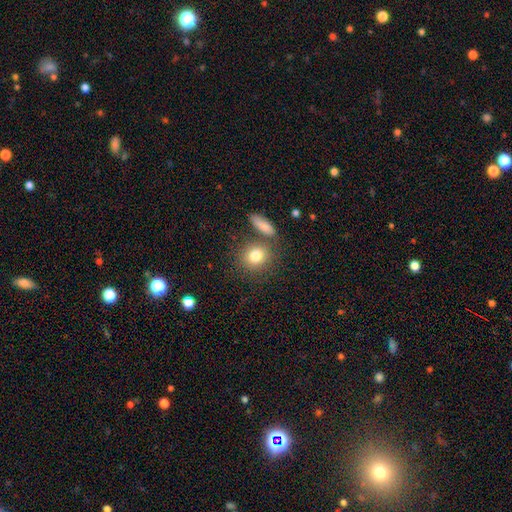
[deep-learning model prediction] Smooth or featured? Predicted: smooth (p=0.80). How rounded? Predicted: round (p=0.75). Merging? Predicted: none (p=0.70).